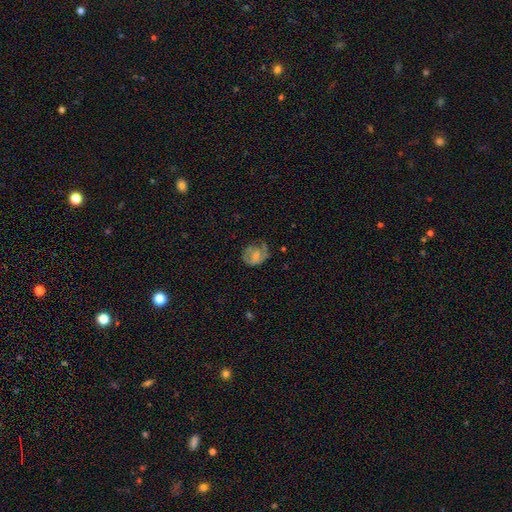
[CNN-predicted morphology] This appears to be a smooth galaxy with no disk features (50%) that is round (55%). Merging: none (40%).